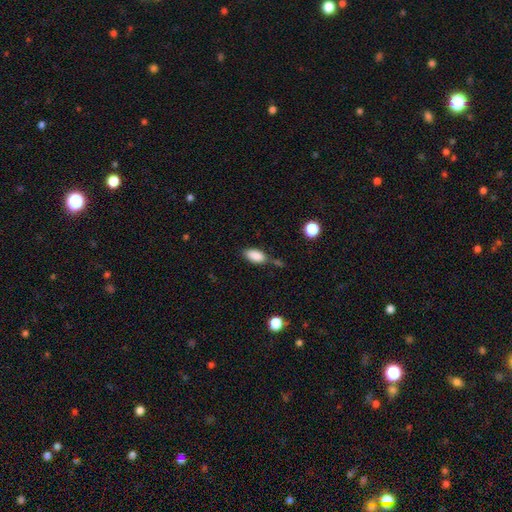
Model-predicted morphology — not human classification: Smooth or featured? smooth (87%)
How rounded? in between (92%)
Merging? none (60%)